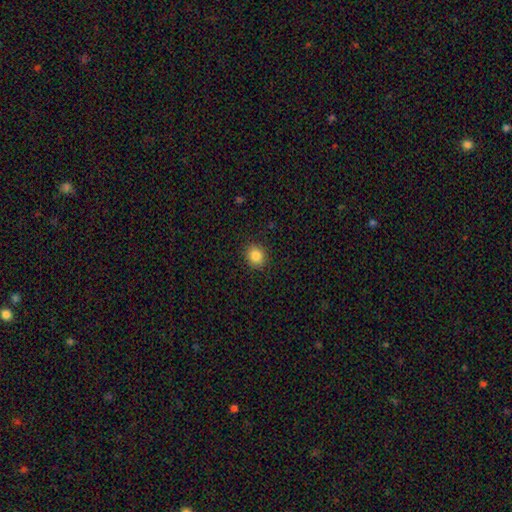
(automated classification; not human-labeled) Smooth or featured? Predicted: smooth (p=0.85). How rounded? Predicted: round (p=0.75). Merging? Predicted: none (p=0.90).